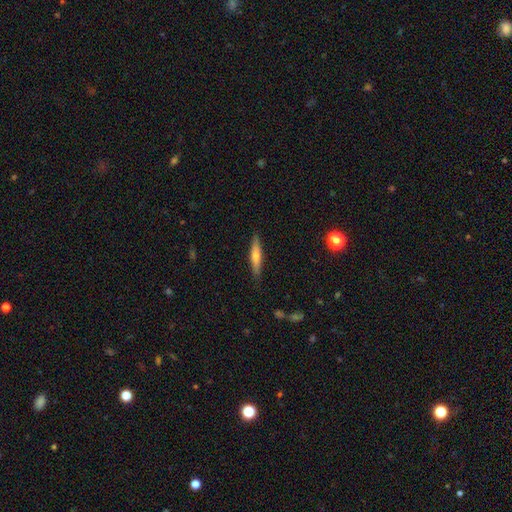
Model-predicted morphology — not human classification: Smooth or featured? Predicted: smooth (p=0.49). Merging? Predicted: none (p=0.87).